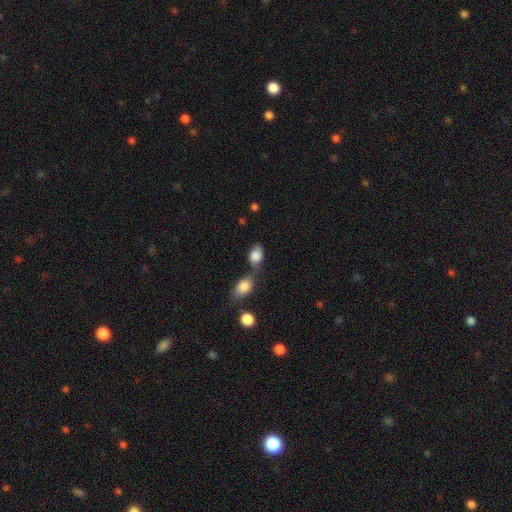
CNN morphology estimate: The model was most divided on "merging": merger: 39%, none: 38%, minor disturbance: 17%, major disturbance: 7%. More confident: smooth or featured — smooth (83%); how rounded — in between (76%).